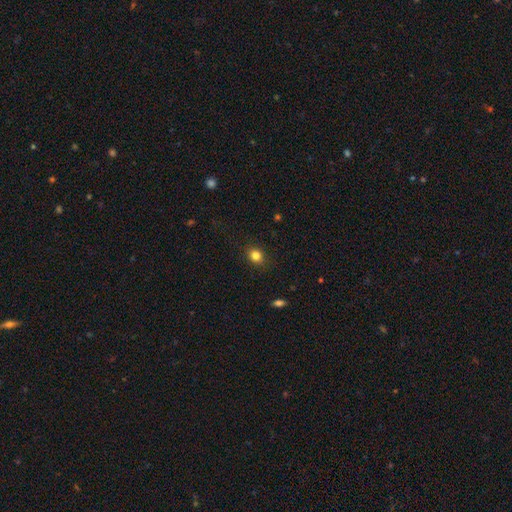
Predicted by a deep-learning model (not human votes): smooth-or-featured: smooth: 82% | star or artifact: 12% | featured or disk: 6%
  how-rounded: round: 65% | in between: 34% | cigar-shaped: 1%
  merging: none: 88% | minor disturbance: 8% | major disturbance: 2% | merger: 1%